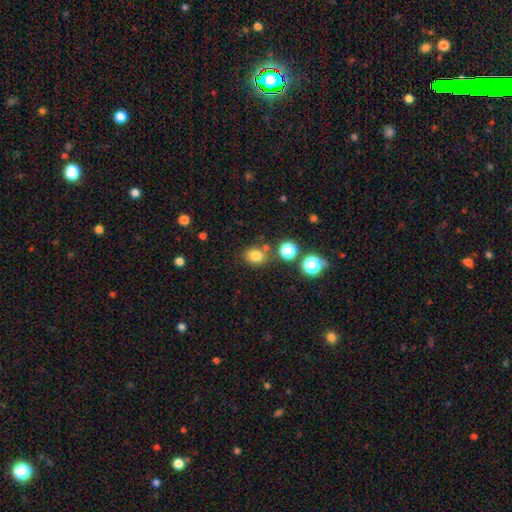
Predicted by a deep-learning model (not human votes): A smooth galaxy with no disk features (78%) that is round (61%).

Vote fractions:
- Smooth or featured? smooth: 78% / star or artifact: 15% / featured or disk: 6%
- How rounded? round: 61% / in between: 38% / cigar-shaped: 1%
- Merging? none: 74% / minor disturbance: 12% / merger: 10% / major disturbance: 4%